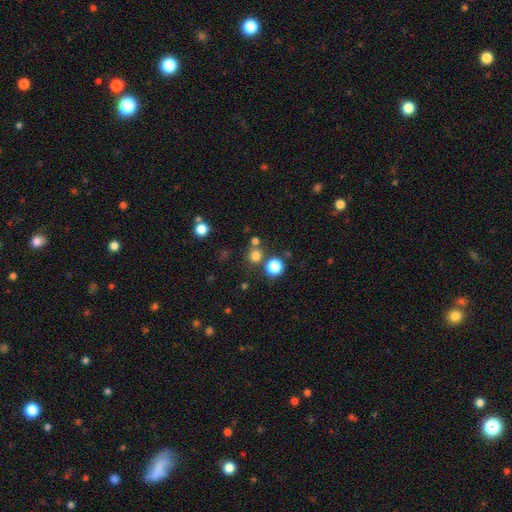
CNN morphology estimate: Smooth or featured? Predicted: smooth (p=0.75). How rounded? Predicted: round (p=0.92). Merging? Predicted: none (p=0.73).